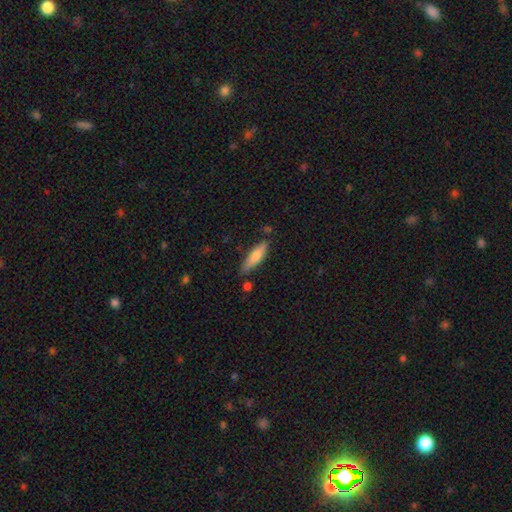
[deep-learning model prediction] Morphology: type=smooth (72%); roundness=cigar-shaped (68%); merging=none (75%).